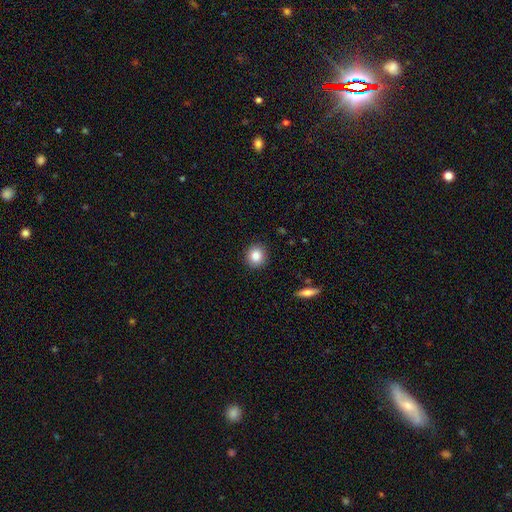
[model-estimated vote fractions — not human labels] Smooth or featured?
  - smooth: 84% *
  - star or artifact: 9%
  - featured or disk: 6%
How rounded?
  - round: 88% *
  - in between: 11%
  - cigar-shaped: 1%
Merging?
  - none: 91% *
  - minor disturbance: 6%
  - major disturbance: 2%
  - merger: 1%